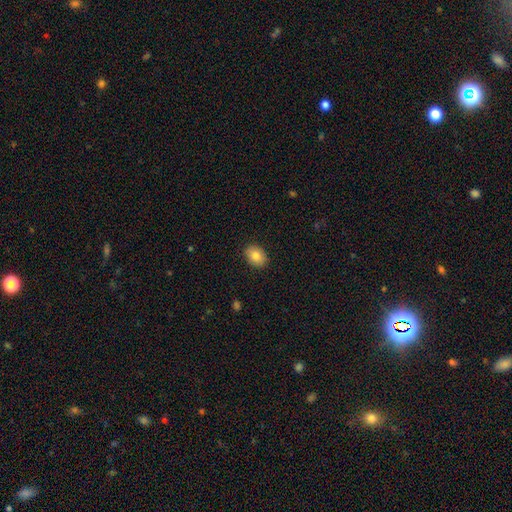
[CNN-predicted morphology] This appears to be a smooth galaxy with no disk features (84%) that is in between round and cigar-shaped (71%). Merging: none (89%).